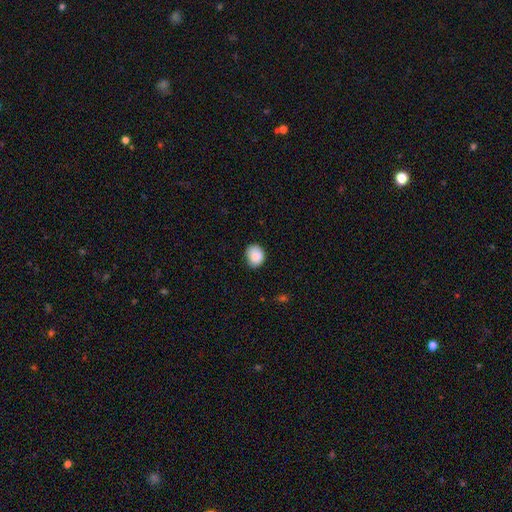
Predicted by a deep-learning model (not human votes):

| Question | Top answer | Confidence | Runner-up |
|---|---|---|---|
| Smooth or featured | smooth | 88% | star or artifact (8%) |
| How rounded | round | 59% | in between (40%) |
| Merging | none | 75% | minor disturbance (21%) |